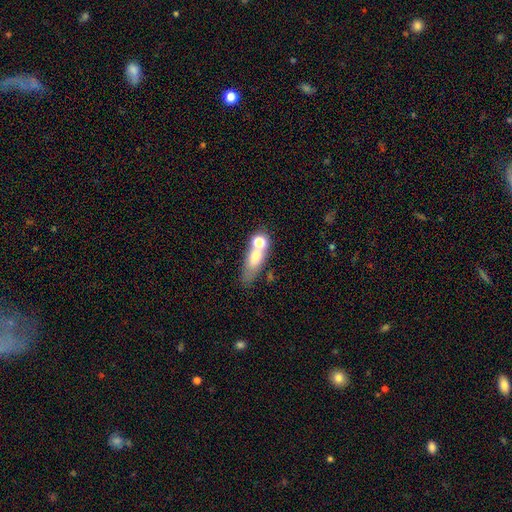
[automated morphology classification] A smooth galaxy with no disk features (61%) that is in between round and cigar-shaped (50%).

Vote fractions:
- Smooth or featured? smooth: 61% / featured or disk: 27% / star or artifact: 12%
- How rounded? in between: 50% / cigar-shaped: 31% / round: 19%
- Merging? none: 42% / merger: 37% / minor disturbance: 13% / major disturbance: 8%